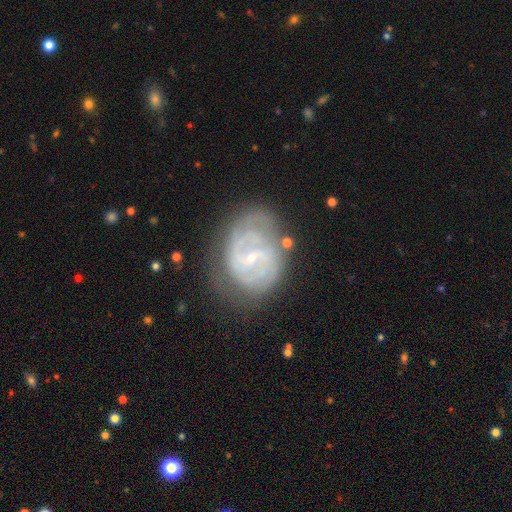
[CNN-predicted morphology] Overall: featured or disk (79%). Edge-on disk: no (97%). Bar: weak (48%; no 34%). Spiral arms: yes (85%). Spiral arm count: 2 (41%; can't tell 36%). Spiral winding: tight (59%; medium 31%). Bulge size: small (76%). Merging: none (63%; minor disturbance 23%).